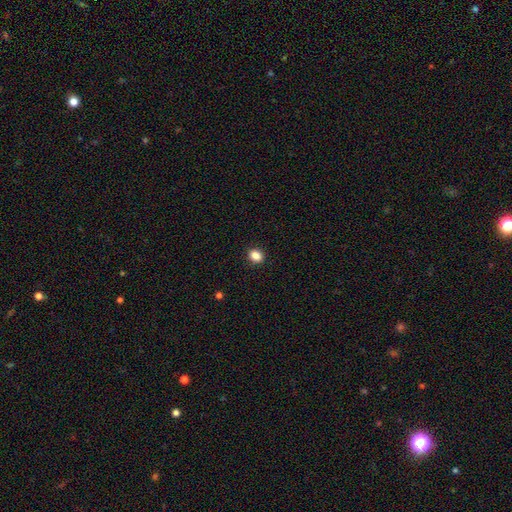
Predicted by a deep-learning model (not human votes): smooth 86%, star or artifact 10%, featured or disk 3%. Down the decision tree: how rounded — round (53%); merging — none (92%).